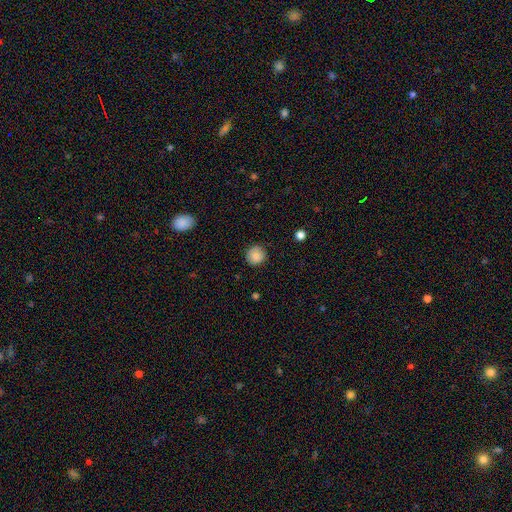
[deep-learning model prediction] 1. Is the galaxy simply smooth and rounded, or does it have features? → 87% smooth, 9% star or artifact, 5% featured or disk.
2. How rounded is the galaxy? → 92% round, 7% in between, 1% cigar-shaped.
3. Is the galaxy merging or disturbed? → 86% none, 11% minor disturbance, 2% major disturbance, 1% merger.